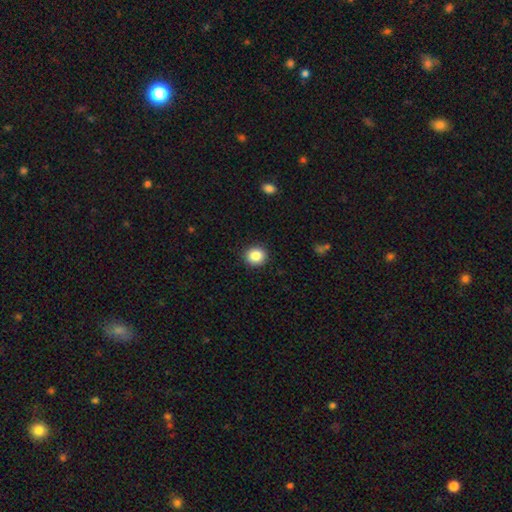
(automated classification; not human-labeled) A smooth galaxy with no disk features (86%) that is round (84%).

Vote fractions:
- Smooth or featured? smooth: 86% / star or artifact: 9% / featured or disk: 5%
- How rounded? round: 84% / in between: 15% / cigar-shaped: 1%
- Merging? none: 91% / minor disturbance: 6% / major disturbance: 2% / merger: 1%